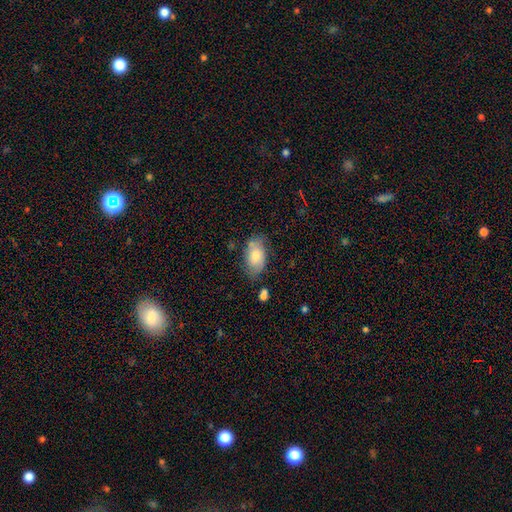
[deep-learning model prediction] Smooth or featured? Predicted: smooth (p=0.68). How rounded? Predicted: in between (p=0.92). Merging? Predicted: none (p=0.65).